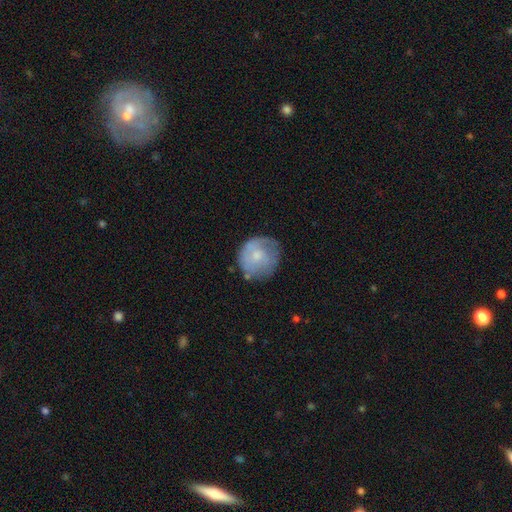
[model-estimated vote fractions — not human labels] Overall: smooth (55%; featured or disk 39%). How rounded: round (88%). Merging: none (64%).